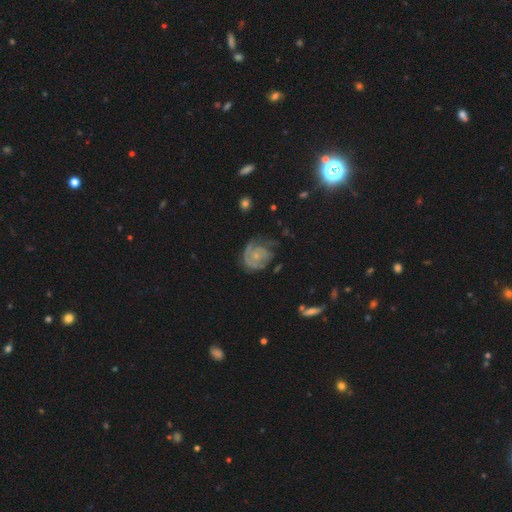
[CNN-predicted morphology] A featured or disk galaxy (78%) with no bar (77%), 2 (38%) tight (64%) spiral arms (91%) and a small central bulge (66%). Merging: none (57%).